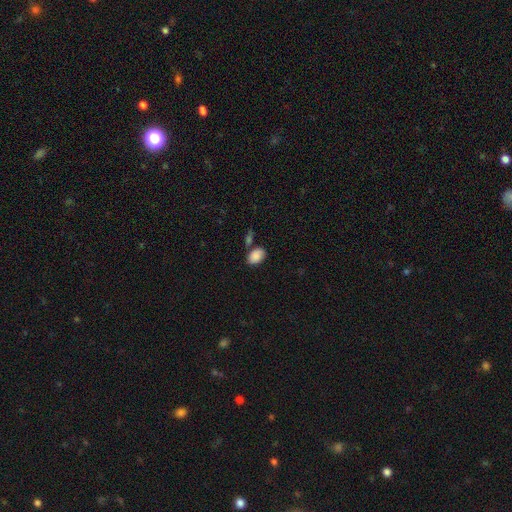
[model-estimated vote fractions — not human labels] A smooth galaxy with no disk features (88%) that is in between round and cigar-shaped (88%).

Vote fractions:
- Smooth or featured? smooth: 88% / star or artifact: 7% / featured or disk: 5%
- How rounded? in between: 88% / round: 11% / cigar-shaped: 1%
- Merging? none: 69% / minor disturbance: 15% / merger: 13% / major disturbance: 4%